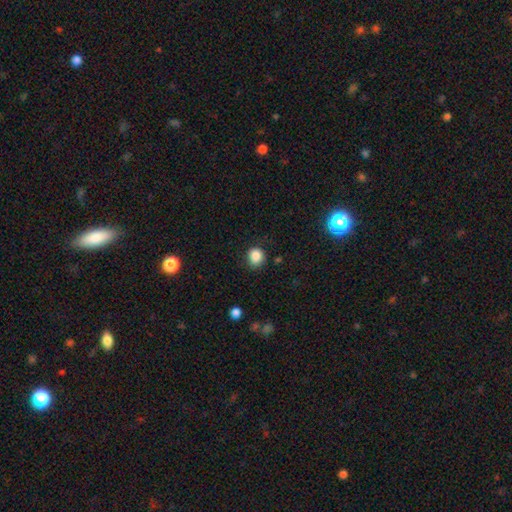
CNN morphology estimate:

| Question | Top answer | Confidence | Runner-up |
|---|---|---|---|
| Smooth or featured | smooth | 86% | star or artifact (10%) |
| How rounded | round | 81% | in between (18%) |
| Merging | none | 77% | minor disturbance (17%) |